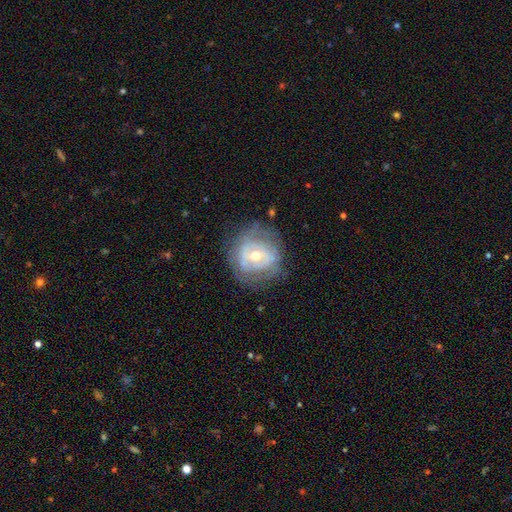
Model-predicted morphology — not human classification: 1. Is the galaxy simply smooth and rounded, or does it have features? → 68% featured or disk, 25% smooth, 7% star or artifact.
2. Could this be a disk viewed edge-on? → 96% no, 4% yes.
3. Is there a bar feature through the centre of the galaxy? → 46% no, 36% weak, 18% strong.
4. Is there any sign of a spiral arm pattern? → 52% no, 48% yes.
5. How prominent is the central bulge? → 65% moderate, 29% small, 4% large, 1% none, 1% dominant.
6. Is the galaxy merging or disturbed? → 68% none, 20% minor disturbance, 11% major disturbance, 1% merger.